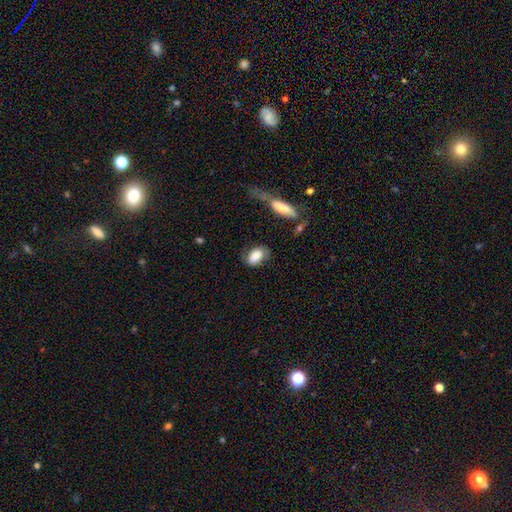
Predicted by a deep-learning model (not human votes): smooth-or-featured: smooth: 76% | featured or disk: 17% | star or artifact: 7%
  how-rounded: in between: 87% | round: 11% | cigar-shaped: 2%
  merging: none: 64% | minor disturbance: 23% | major disturbance: 9% | merger: 4%